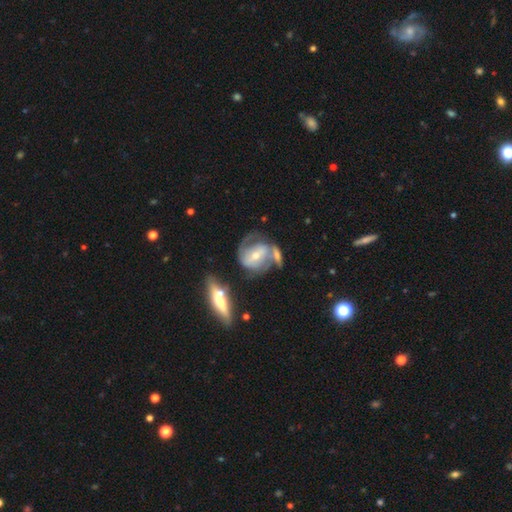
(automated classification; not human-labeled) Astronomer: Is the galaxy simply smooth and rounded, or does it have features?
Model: featured or disk — 74%.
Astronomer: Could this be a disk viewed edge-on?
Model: no — 94%.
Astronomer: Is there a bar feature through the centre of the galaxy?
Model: strong — 37% (runner-up: weak, 35%).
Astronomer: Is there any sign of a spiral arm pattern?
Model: yes — 81%.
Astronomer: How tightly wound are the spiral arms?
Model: medium — 43% (runner-up: tight, 34%).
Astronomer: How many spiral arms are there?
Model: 2 — 71%.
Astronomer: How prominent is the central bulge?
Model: small — 50% (runner-up: moderate, 44%).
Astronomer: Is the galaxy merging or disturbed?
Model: none — 41% (runner-up: merger, 30%).